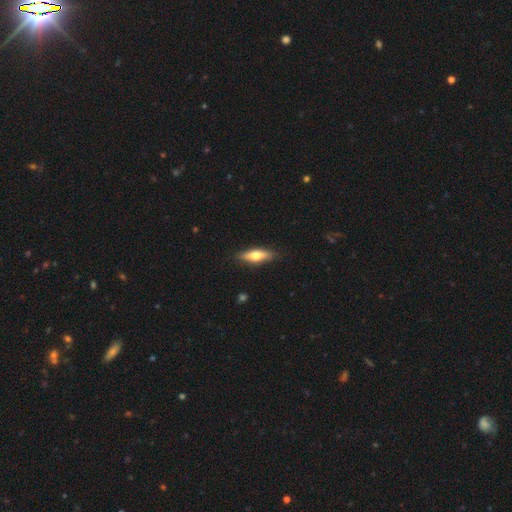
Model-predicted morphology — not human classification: Smooth or featured: smooth — 53% (featured or disk — 42%)
How rounded: cigar-shaped — 53% (in between — 44%)
Merging: none — 87% (minor disturbance — 10%)